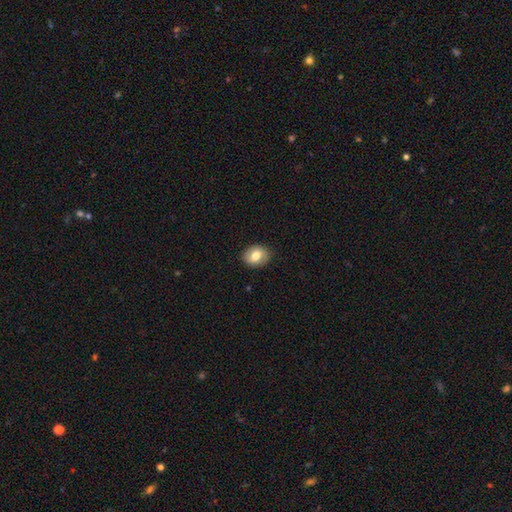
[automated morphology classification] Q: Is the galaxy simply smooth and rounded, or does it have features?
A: smooth — 70%.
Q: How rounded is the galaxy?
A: round — 52%.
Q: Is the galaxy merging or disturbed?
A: none — 86%.